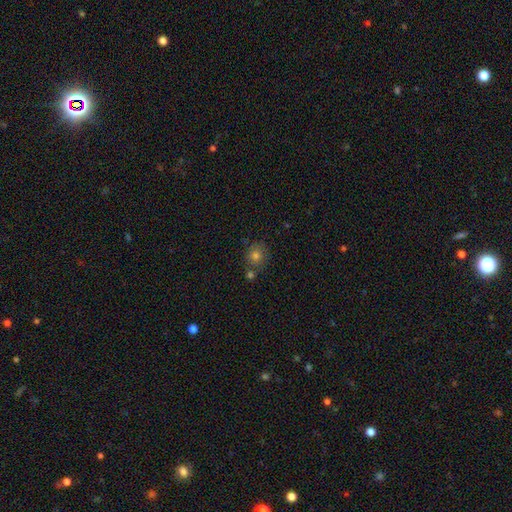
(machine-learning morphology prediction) Smooth or featured? Predicted: smooth (p=0.75). How rounded? Predicted: round (p=0.81). Merging? Predicted: none (p=0.70).